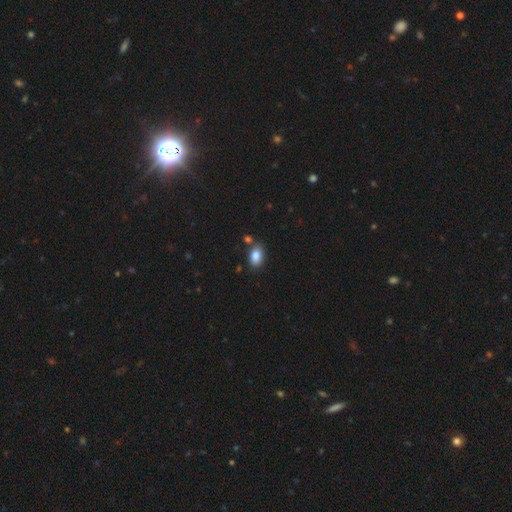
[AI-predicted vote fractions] smooth-or-featured: smooth: 86% | star or artifact: 8% | featured or disk: 6%
  how-rounded: in between: 87% | round: 12% | cigar-shaped: 1%
  merging: none: 75% | minor disturbance: 13% | merger: 9% | major disturbance: 3%